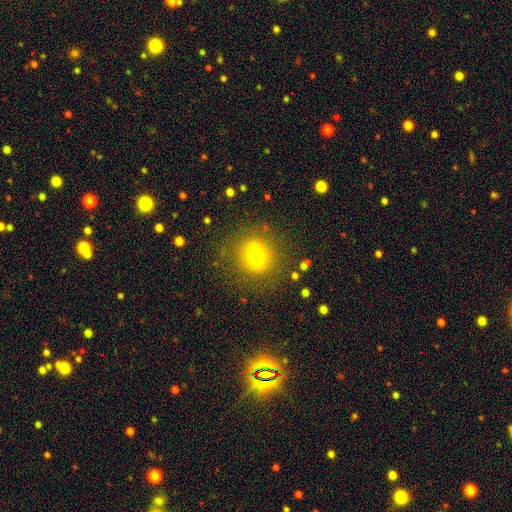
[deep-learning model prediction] smooth_or_featured: smooth (p=0.72) [alt: star or artifact p=0.15]
how_rounded: round (p=0.91) [alt: in between p=0.08]
merging: none (p=0.84) [alt: minor disturbance p=0.09]